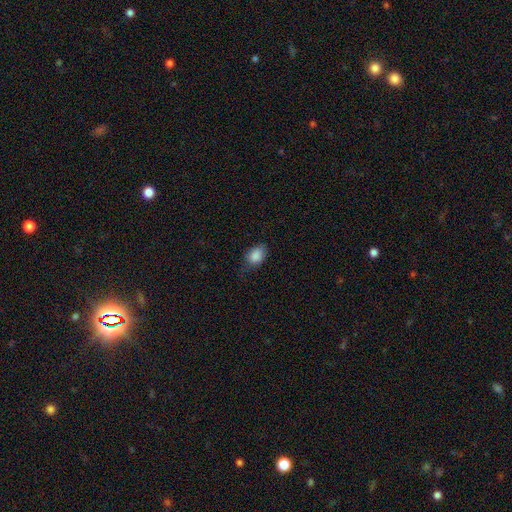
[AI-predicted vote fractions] Smooth or featured?
  - smooth: 87% *
  - star or artifact: 8%
  - featured or disk: 5%
How rounded?
  - in between: 78% *
  - round: 20%
  - cigar-shaped: 1%
Merging?
  - none: 63% *
  - minor disturbance: 28%
  - major disturbance: 8%
  - merger: 1%